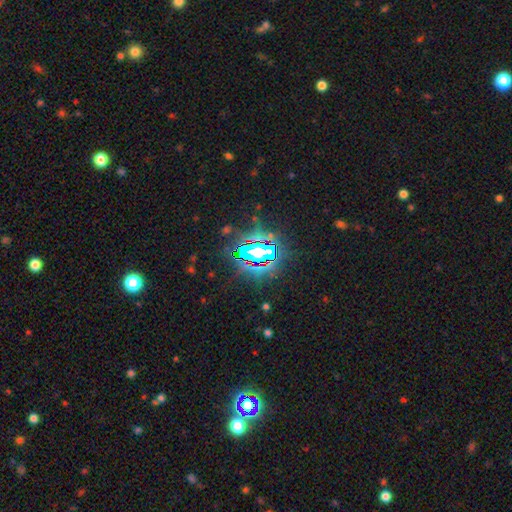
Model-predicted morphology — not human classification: Q: Smooth or featured?
A: star or artifact (80%); runner-up: smooth (11%)